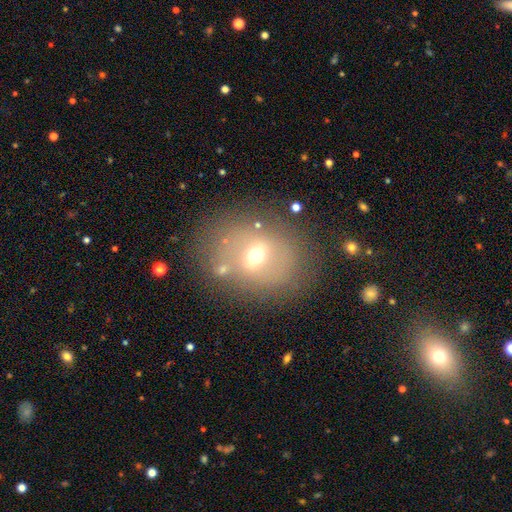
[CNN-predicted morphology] Smooth or featured?
  - smooth: 44% *
  - featured or disk: 41%
  - star or artifact: 15%
Merging?
  - none: 71% *
  - minor disturbance: 16%
  - major disturbance: 8%
  - merger: 5%